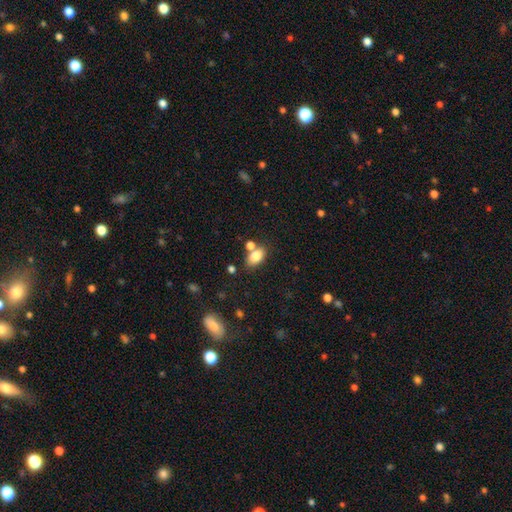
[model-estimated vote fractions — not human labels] Q: Smooth or featured?
A: smooth (81%); runner-up: featured or disk (10%)
Q: How rounded?
A: in between (87%); runner-up: round (10%)
Q: Merging?
A: none (62%); runner-up: merger (21%)